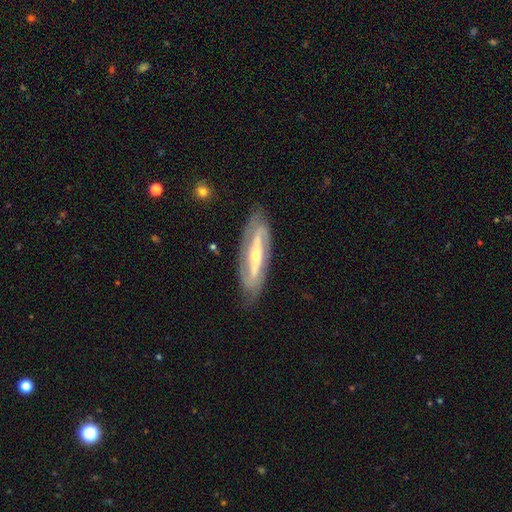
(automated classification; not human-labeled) Smooth or featured? Predicted: featured or disk (p=0.85). Edge-on disk? Predicted: no (p=0.81). Bar? Predicted: strong (p=0.56). Spiral arms? Predicted: yes (p=0.89). Spiral winding? Predicted: tight (p=0.41). Spiral arm count? Predicted: 2 (p=0.83). Bulge size? Predicted: small (p=0.49). Merging? Predicted: none (p=0.81).